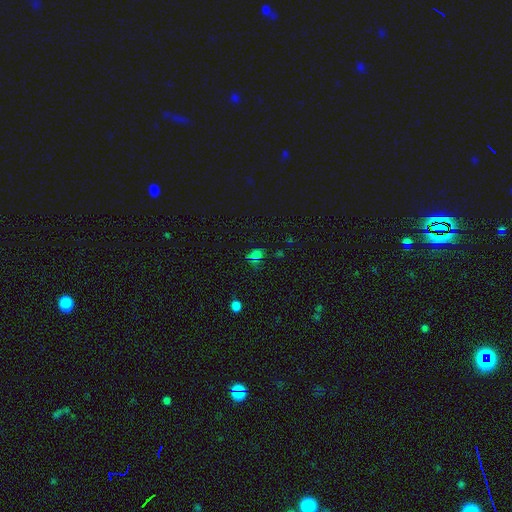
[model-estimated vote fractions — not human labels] A smooth galaxy with no disk features (47%). Merging: none (71%).